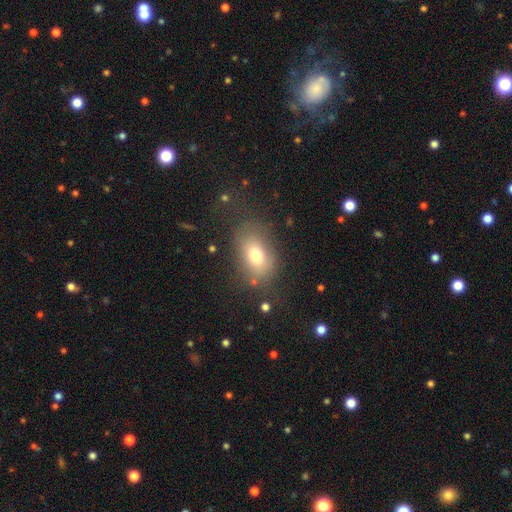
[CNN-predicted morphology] Q: Smooth or featured?
A: smooth (73%); runner-up: featured or disk (16%)
Q: How rounded?
A: in between (79%); runner-up: round (19%)
Q: Merging?
A: none (68%); runner-up: minor disturbance (18%)